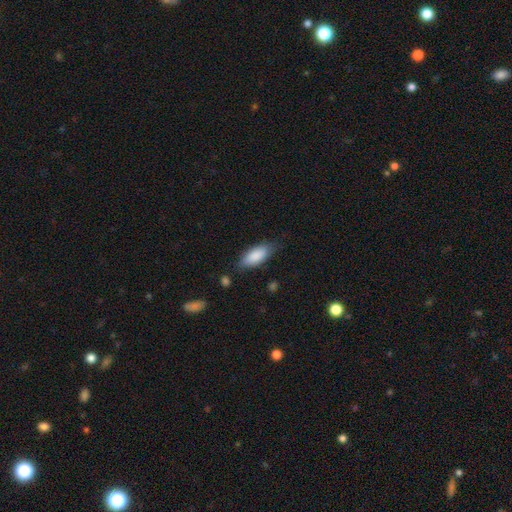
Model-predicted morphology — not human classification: Smooth or featured? Predicted: smooth (p=0.86). How rounded? Predicted: in between (p=0.81). Merging? Predicted: none (p=0.73).